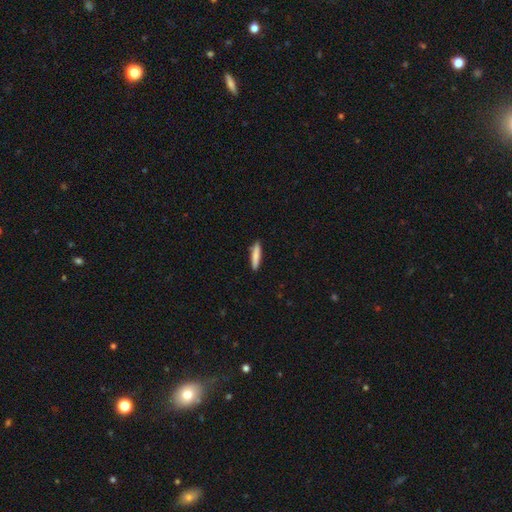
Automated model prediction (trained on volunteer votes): This is clearly a smooth galaxy (82%). How rounded: clearly cigar-shaped (89%). Merging: clearly none (90%).